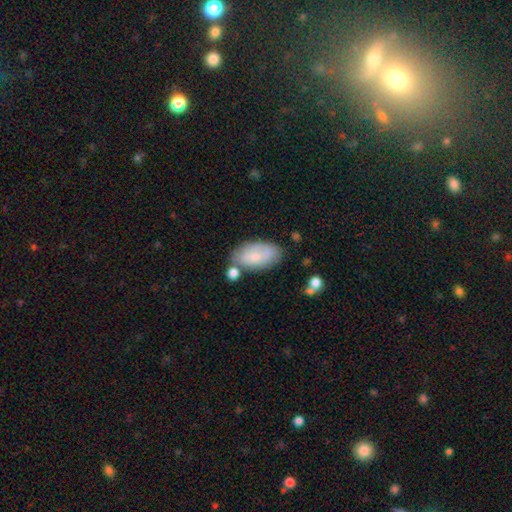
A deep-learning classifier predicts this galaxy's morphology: smooth-or-featured: smooth: 65% | featured or disk: 28% | star or artifact: 7%
  how-rounded: in between: 93% | round: 3% | cigar-shaped: 3%
  merging: none: 60% | minor disturbance: 21% | merger: 13% | major disturbance: 6%